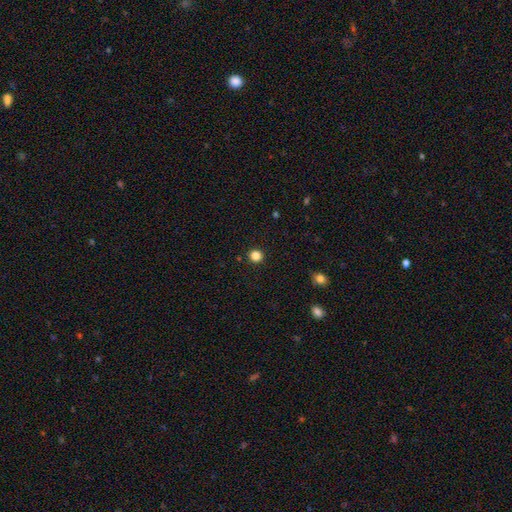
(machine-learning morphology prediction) This appears to be a smooth galaxy with no disk features (84%) that is round (93%). Merging: none (93%).